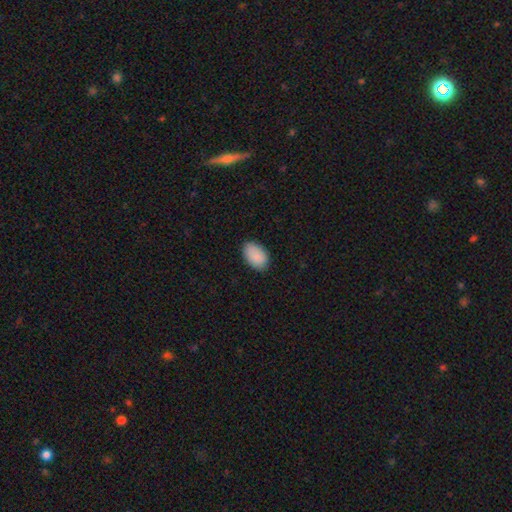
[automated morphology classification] type=smooth (90%); roundness=in between (93%); merging=none (84%).